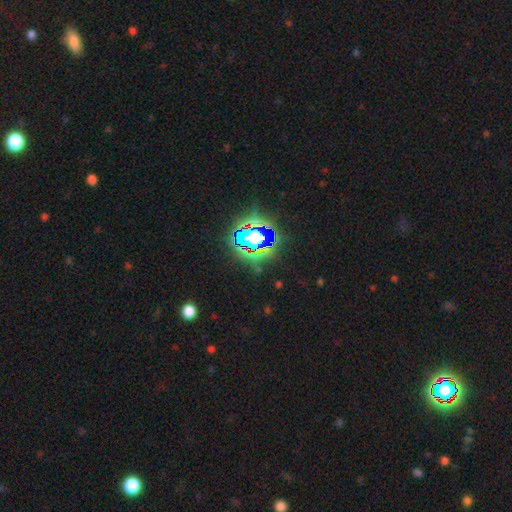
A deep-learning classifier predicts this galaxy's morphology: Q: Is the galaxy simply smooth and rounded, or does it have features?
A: star or artifact — 77%.